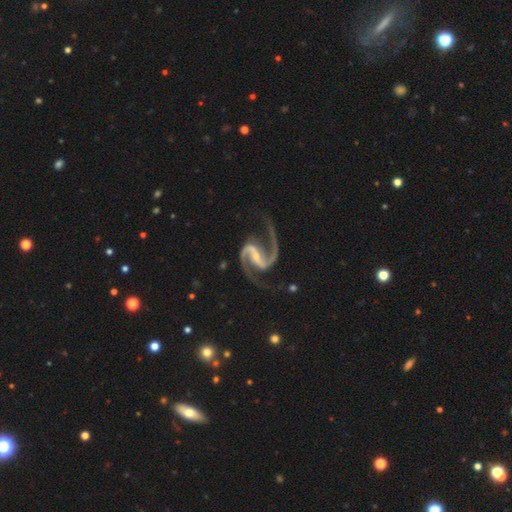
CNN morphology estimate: This is clearly a featured or disk galaxy (95%). It is clearly not viewed edge-on (98%). Bar: possibly strong (58%). Spiral arm pattern: clearly yes (99%). Spiral arm count: clearly 2 (94%). Spiral winding: possibly medium (58%). Central bulge: likely small (63%). Merging: likely none (73%).